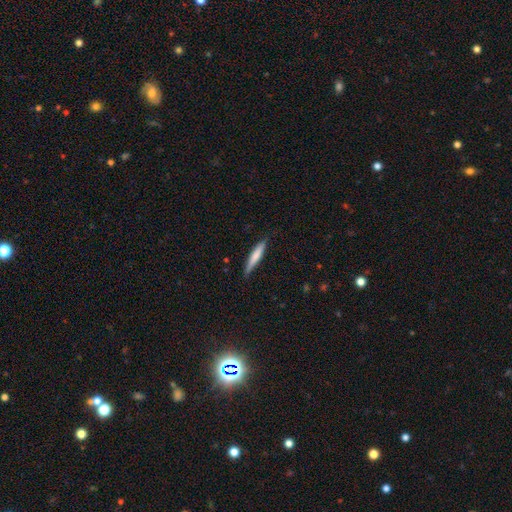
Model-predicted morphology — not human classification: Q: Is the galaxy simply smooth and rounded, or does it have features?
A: smooth — 64%.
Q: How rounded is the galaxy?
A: cigar-shaped — 91%.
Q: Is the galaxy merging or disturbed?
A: none — 83%.